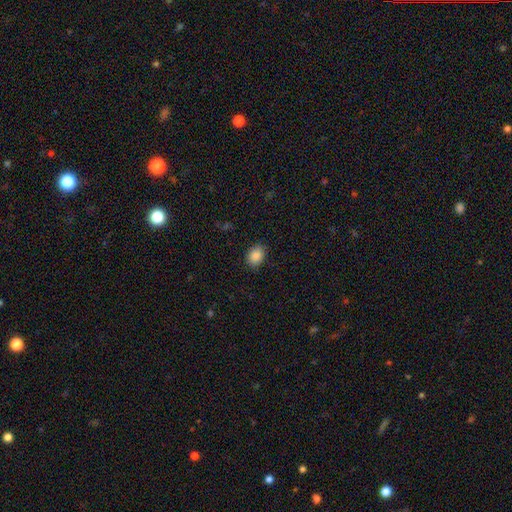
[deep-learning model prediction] smooth_or_featured: smooth (p=0.88) [alt: star or artifact p=0.08]
how_rounded: in between (p=0.63) [alt: round p=0.36]
merging: none (p=0.86) [alt: minor disturbance p=0.10]